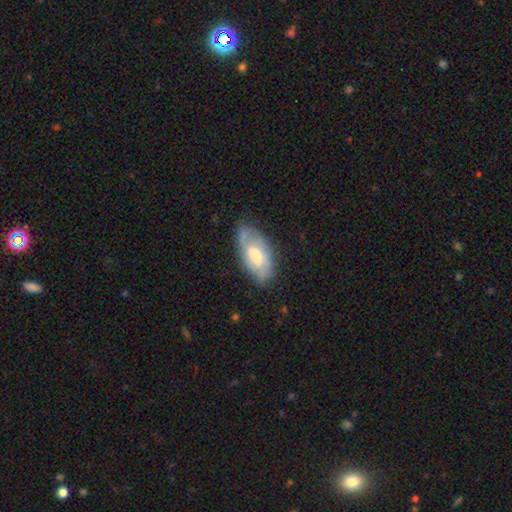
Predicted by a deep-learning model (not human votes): Q: Smooth or featured?
A: featured or disk (49%); runner-up: smooth (45%)
Q: Merging?
A: none (66%); runner-up: minor disturbance (25%)